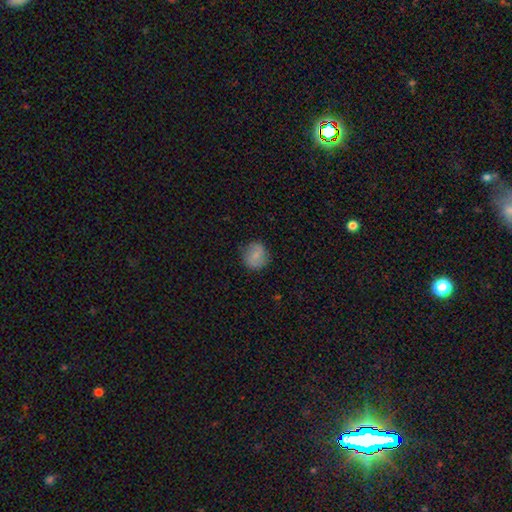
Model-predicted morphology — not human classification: type=smooth (78%); roundness=round (83%); merging=none (83%).